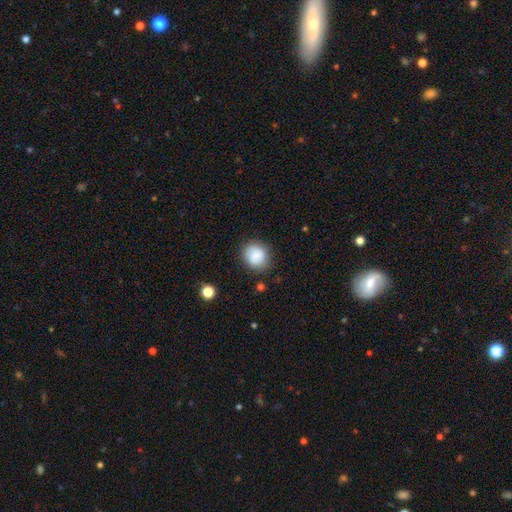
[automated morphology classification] Q: Smooth or featured?
A: smooth (87%); runner-up: star or artifact (8%)
Q: How rounded?
A: round (79%); runner-up: in between (20%)
Q: Merging?
A: none (81%); runner-up: minor disturbance (13%)